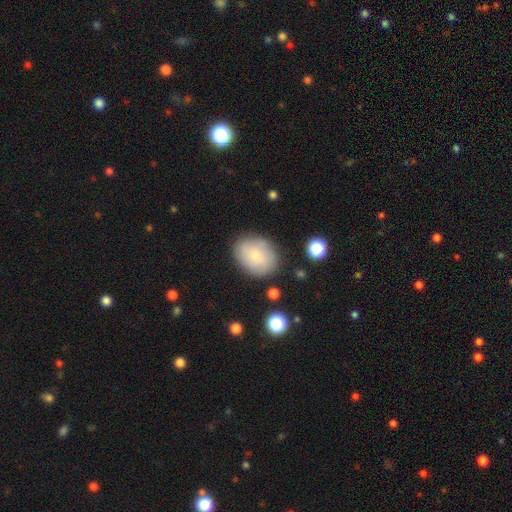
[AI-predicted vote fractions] Smooth or featured? Predicted: smooth (p=0.69). How rounded? Predicted: in between (p=0.55). Merging? Predicted: none (p=0.80).